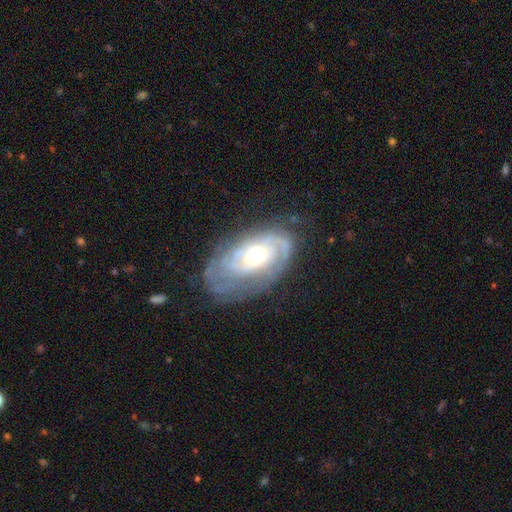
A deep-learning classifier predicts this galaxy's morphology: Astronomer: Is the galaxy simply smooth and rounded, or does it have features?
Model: featured or disk — 82%.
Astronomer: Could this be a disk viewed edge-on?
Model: no — 95%.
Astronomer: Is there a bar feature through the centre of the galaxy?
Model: no — 72%.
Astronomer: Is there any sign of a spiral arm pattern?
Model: yes — 89%.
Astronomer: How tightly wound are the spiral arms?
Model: tight — 65%.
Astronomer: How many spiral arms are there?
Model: can't tell — 42% (runner-up: 2, 25%).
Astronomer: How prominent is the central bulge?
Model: moderate — 68%.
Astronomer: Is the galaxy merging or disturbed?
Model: none — 60%.